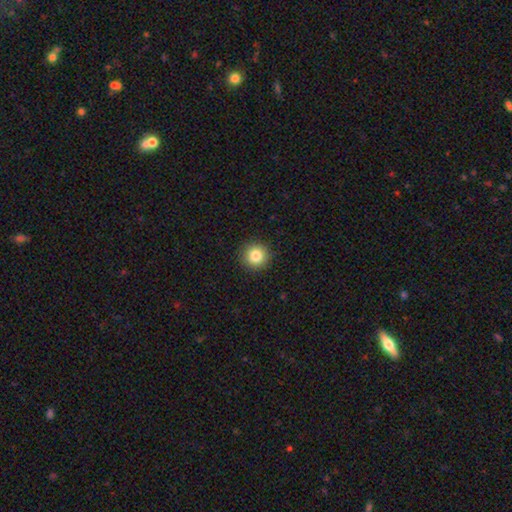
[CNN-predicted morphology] smooth-or-featured: smooth: 84% | star or artifact: 10% | featured or disk: 6%
  how-rounded: round: 95% | in between: 4% | cigar-shaped: 1%
  merging: none: 92% | minor disturbance: 5% | major disturbance: 2% | merger: 1%